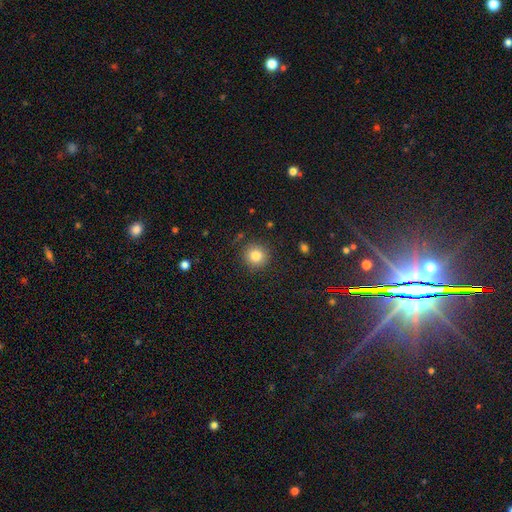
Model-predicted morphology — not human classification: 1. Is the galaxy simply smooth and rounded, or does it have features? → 82% smooth, 11% star or artifact, 7% featured or disk.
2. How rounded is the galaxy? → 93% round, 6% in between, 1% cigar-shaped.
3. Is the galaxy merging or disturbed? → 88% none, 8% minor disturbance, 3% major disturbance, 2% merger.